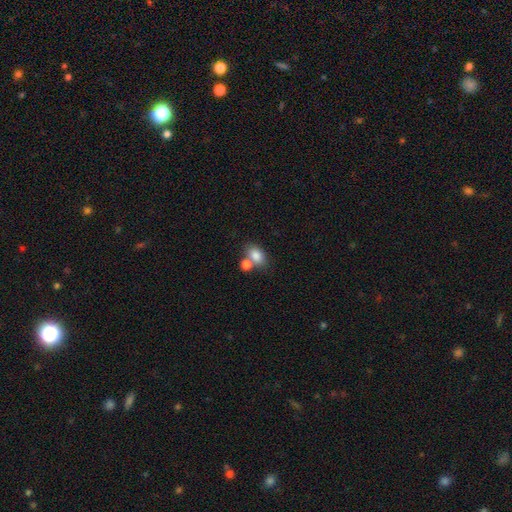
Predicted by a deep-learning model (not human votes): smooth_or_featured: smooth (p=0.82) [alt: star or artifact p=0.09]
how_rounded: in between (p=0.74) [alt: round p=0.25]
merging: none (p=0.48) [alt: merger p=0.38]